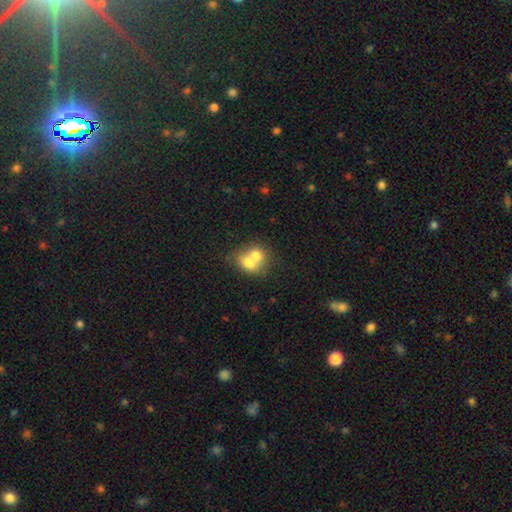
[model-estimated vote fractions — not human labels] Smooth or featured? smooth (68%)
How rounded? round (55%)
Merging? merger (71%)